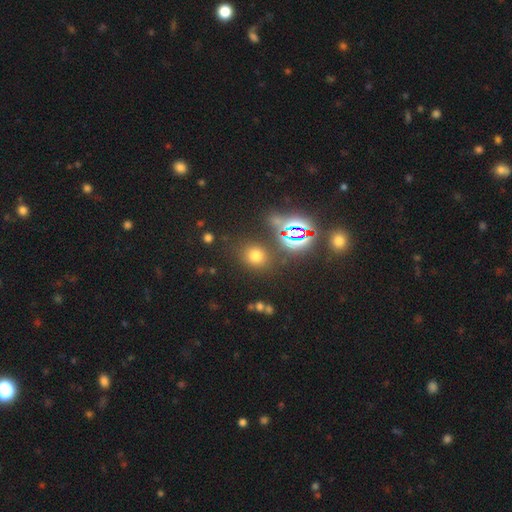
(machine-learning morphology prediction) smooth 64%, star or artifact 28%, featured or disk 8%. Down the decision tree: how rounded — round (72%); merging — none (80%).